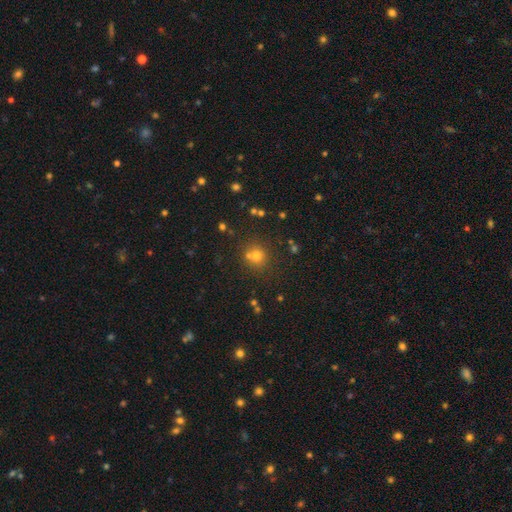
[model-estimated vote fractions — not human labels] This appears to be a smooth galaxy with no disk features (65%) that is round (88%). Merging: none (63%).